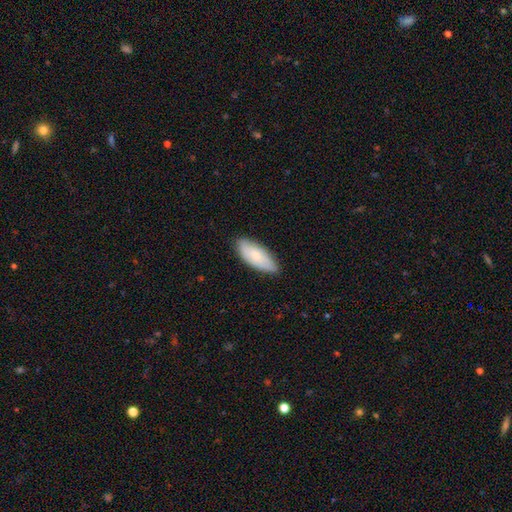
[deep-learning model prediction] Overall: smooth (77%). How rounded: in between (80%). Merging: none (81%).